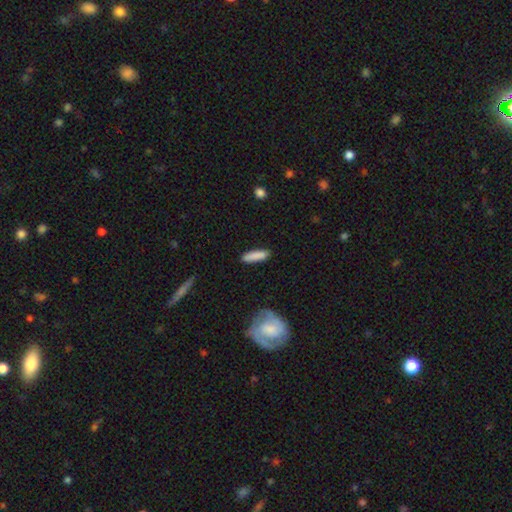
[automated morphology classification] This appears to be a smooth galaxy with no disk features (86%) that is cigar-shaped (68%). Merging: none (86%).